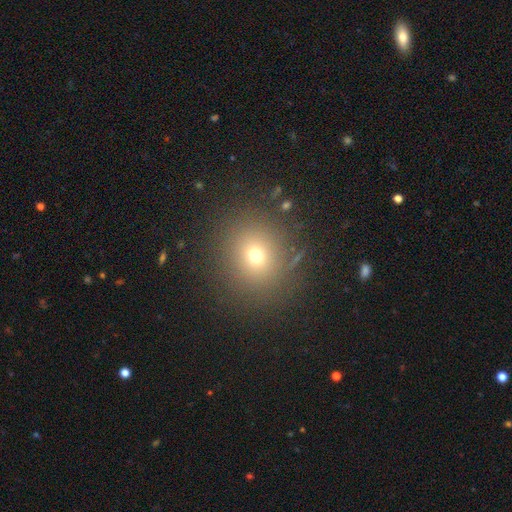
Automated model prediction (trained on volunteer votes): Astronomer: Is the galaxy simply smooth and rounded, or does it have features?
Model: smooth — 68%.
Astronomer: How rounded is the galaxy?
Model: round — 85%.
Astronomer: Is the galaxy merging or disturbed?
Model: none — 86%.